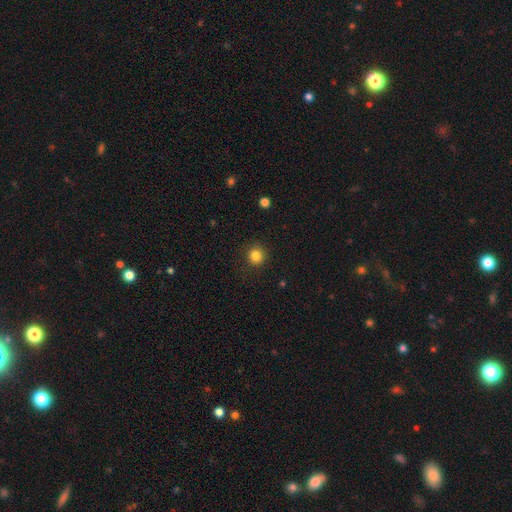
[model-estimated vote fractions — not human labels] Smooth or featured: smooth — 83% (star or artifact — 12%)
How rounded: round — 93% (in between — 6%)
Merging: none — 90% (minor disturbance — 6%)